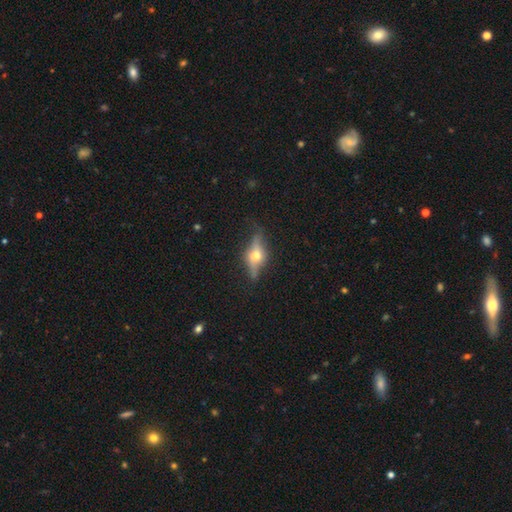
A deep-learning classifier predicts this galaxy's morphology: This appears to be a featured or disk galaxy (66%) viewed edge-on (87%) with a rounded central bulge (95%). Merging: none (74%).